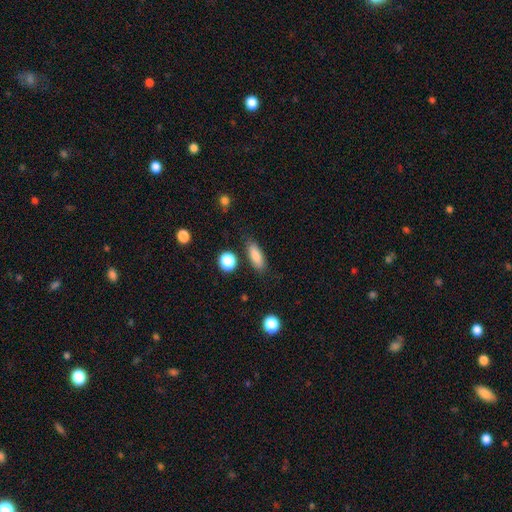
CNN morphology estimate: A smooth galaxy with no disk features (85%) that is in between round and cigar-shaped (64%). Merging: none (83%).